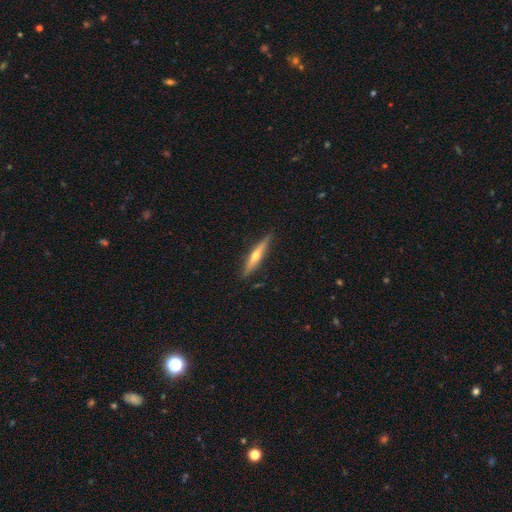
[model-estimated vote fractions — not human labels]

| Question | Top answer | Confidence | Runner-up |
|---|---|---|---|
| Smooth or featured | featured or disk | 64% | smooth (30%) |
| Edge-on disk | yes | 96% | no (4%) |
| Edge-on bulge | rounded | 88% | none (9%) |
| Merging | none | 88% | minor disturbance (9%) |